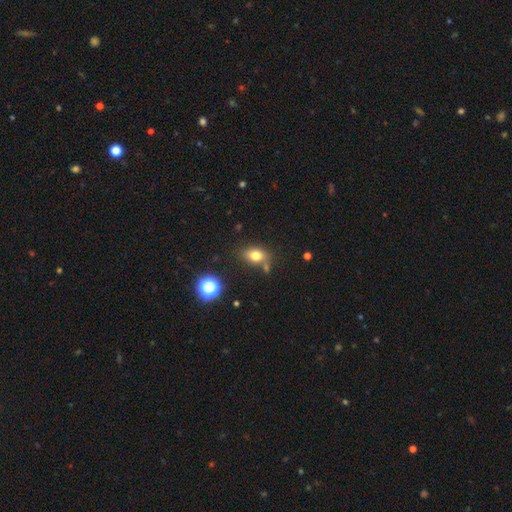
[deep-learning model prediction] Morphology: type=smooth (76%); roundness=in between (74%); merging=none (69%).